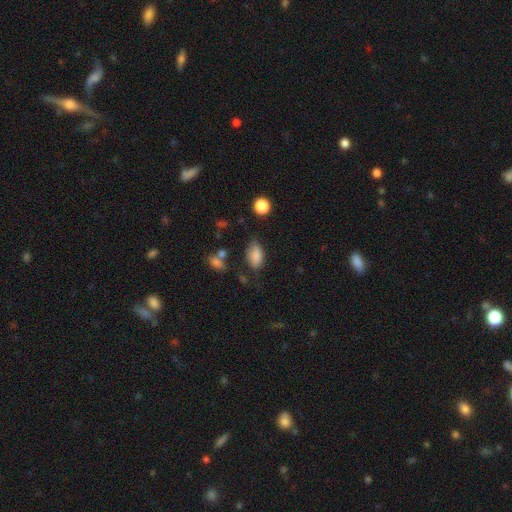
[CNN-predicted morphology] Smooth or featured? smooth (84%)
How rounded? in between (90%)
Merging? none (62%)